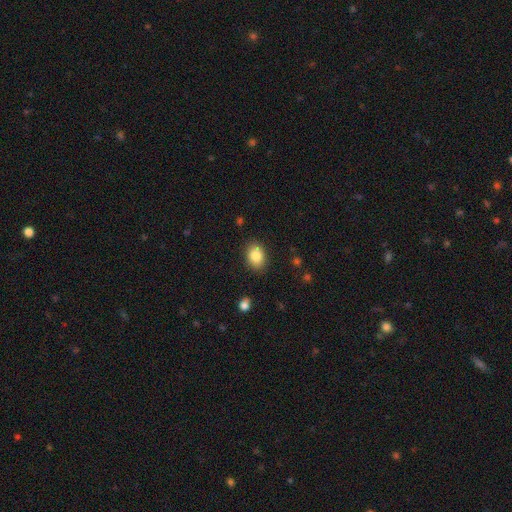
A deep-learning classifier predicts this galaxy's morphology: Smooth or featured?
  - smooth: 86% *
  - star or artifact: 8%
  - featured or disk: 6%
How rounded?
  - in between: 75% *
  - round: 23%
  - cigar-shaped: 1%
Merging?
  - none: 86% *
  - minor disturbance: 10%
  - major disturbance: 3%
  - merger: 1%